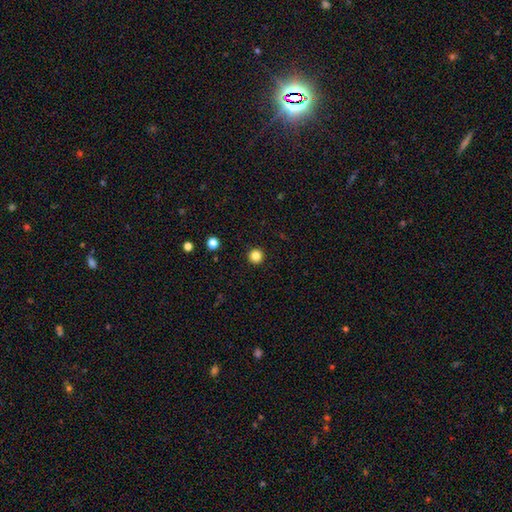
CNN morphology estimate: The model was most divided on "smooth or featured": smooth: 84%, star or artifact: 12%, featured or disk: 4%. More confident: how rounded — round (96%); merging — none (94%).